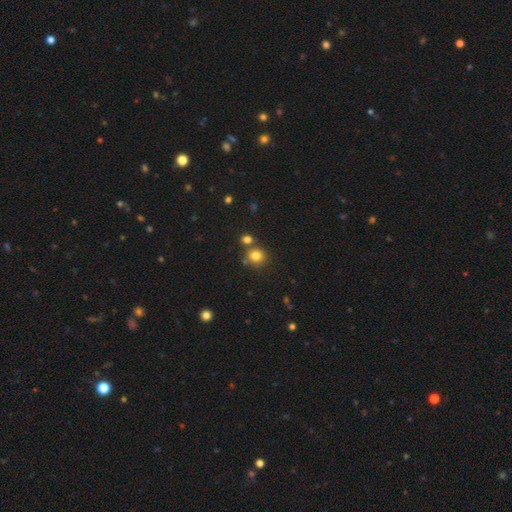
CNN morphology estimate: Smooth or featured? Predicted: smooth (p=0.80). How rounded? Predicted: round (p=0.83). Merging? Predicted: none (p=0.69).